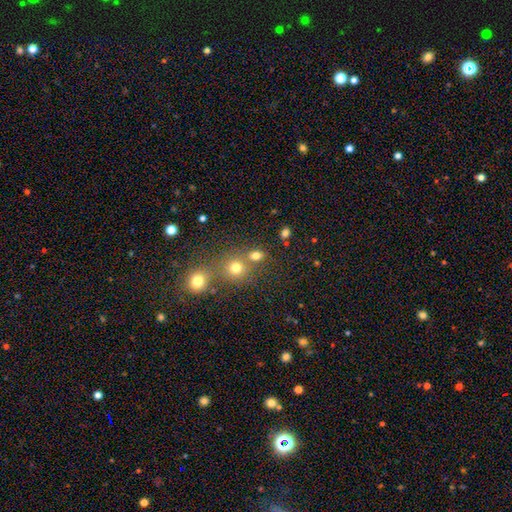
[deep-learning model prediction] Smooth or featured? Predicted: smooth (p=0.75). How rounded? Predicted: round (p=0.70). Merging? Predicted: none (p=0.59).